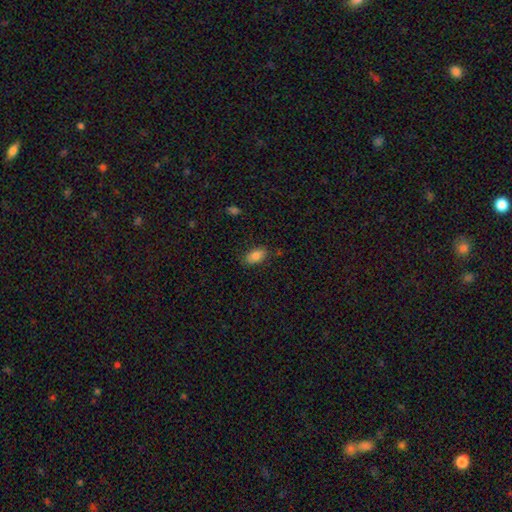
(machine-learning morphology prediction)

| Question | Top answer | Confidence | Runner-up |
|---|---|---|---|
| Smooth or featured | smooth | 83% | featured or disk (10%) |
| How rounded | in between | 92% | round (5%) |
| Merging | none | 82% | minor disturbance (13%) |